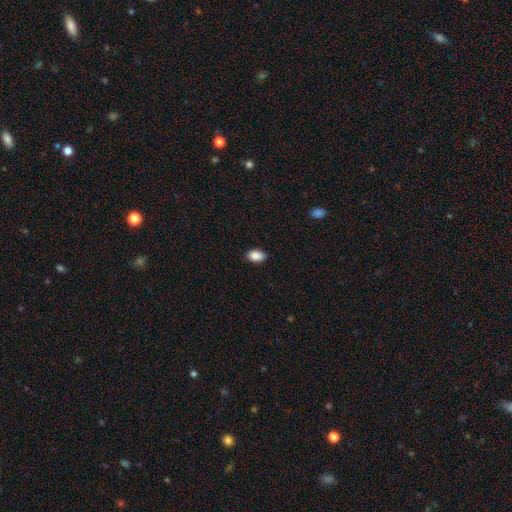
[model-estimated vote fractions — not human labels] smooth_or_featured: smooth (p=0.90) [alt: star or artifact p=0.07]
how_rounded: in between (p=0.91) [alt: round p=0.07]
merging: none (p=0.88) [alt: minor disturbance p=0.09]